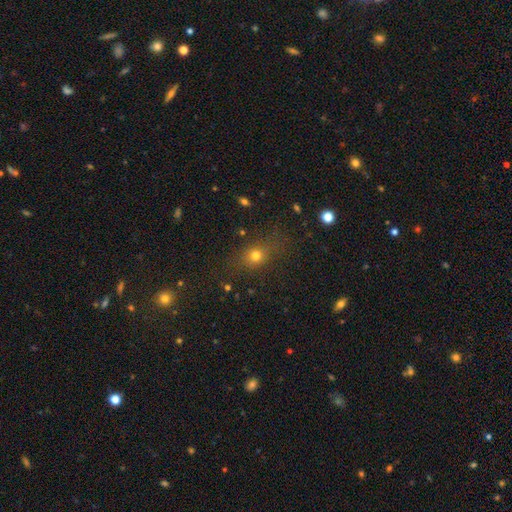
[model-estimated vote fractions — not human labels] This is likely a smooth galaxy (69%). How rounded: possibly round (57%). Merging: likely none (73%).